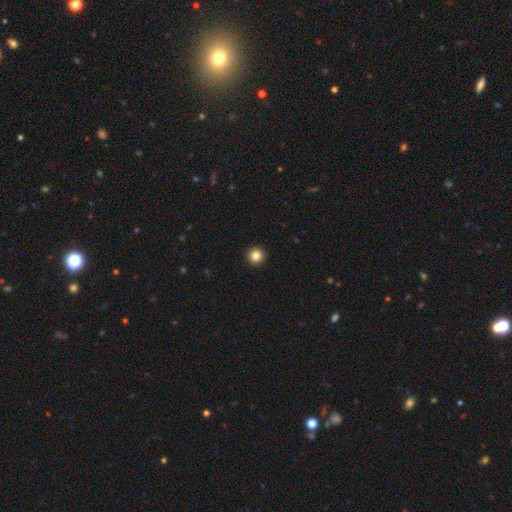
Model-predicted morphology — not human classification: Overall: smooth (85%). How rounded: round (96%). Merging: none (94%).